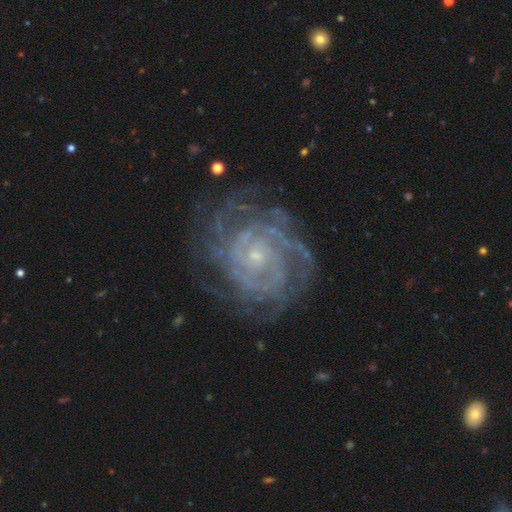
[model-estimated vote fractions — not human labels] This appears to be a featured or disk galaxy (90%) with no bar (76%), tight (79%) spiral arms (98%) and a small central bulge (82%). Merging: none (75%).